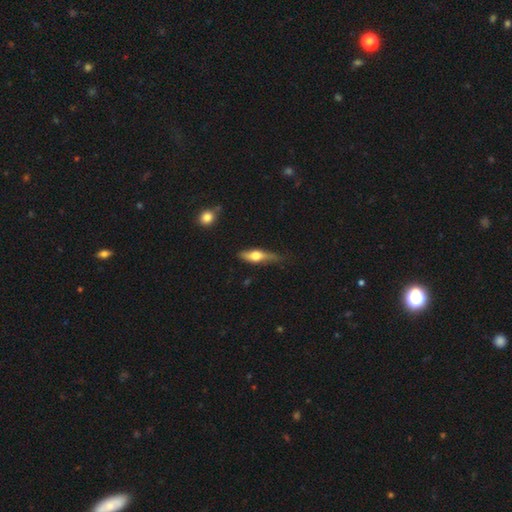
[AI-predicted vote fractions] A featured or disk galaxy (51%) viewed edge-on (87%).

Vote fractions:
- Smooth or featured? featured or disk: 51% / smooth: 43% / star or artifact: 6%
- Edge-on disk? yes: 87% / no: 13%
- Merging? none: 64% / minor disturbance: 27% / major disturbance: 7% / merger: 2%